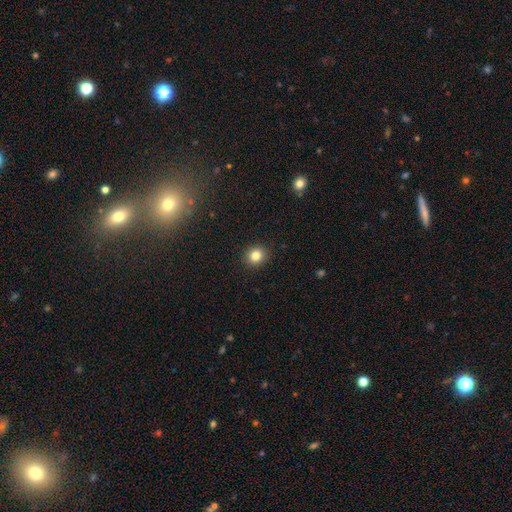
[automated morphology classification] smooth_or_featured: smooth (p=0.83) [alt: star or artifact p=0.11]
how_rounded: round (p=0.77) [alt: in between p=0.22]
merging: none (p=0.91) [alt: minor disturbance p=0.06]